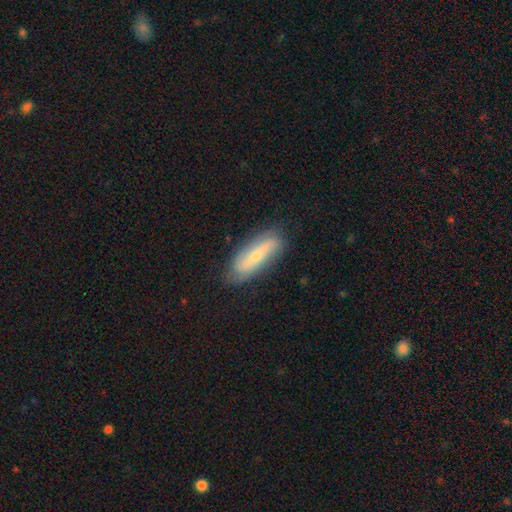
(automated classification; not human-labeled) featured or disk 55%, smooth 38%, star or artifact 7%. Down the decision tree: edge-on disk — no (71%); merging — none (81%).